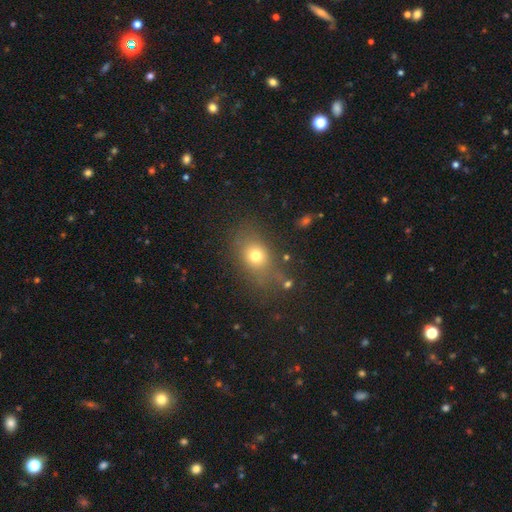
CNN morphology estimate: smooth_or_featured: smooth (p=0.73) [alt: star or artifact p=0.15]
how_rounded: in between (p=0.55) [alt: round p=0.43]
merging: none (p=0.68) [alt: minor disturbance p=0.18]